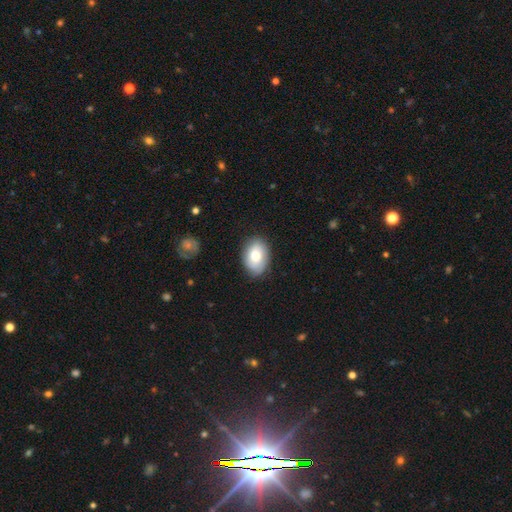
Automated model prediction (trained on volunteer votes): Q: Smooth or featured?
A: smooth (72%); runner-up: featured or disk (20%)
Q: How rounded?
A: in between (83%); runner-up: round (16%)
Q: Merging?
A: none (80%); runner-up: minor disturbance (15%)